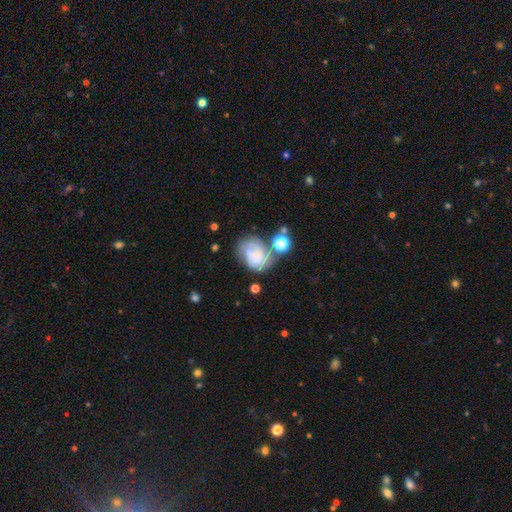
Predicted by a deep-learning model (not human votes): The model was most divided on "merging": none: 46%, minor disturbance: 24%, major disturbance: 16%, merger: 13%. More confident: edge-on disk — no (98%); spiral arms — yes (79%); bar — no (73%); bulge size — small (60%); smooth or featured — featured or disk (59%).